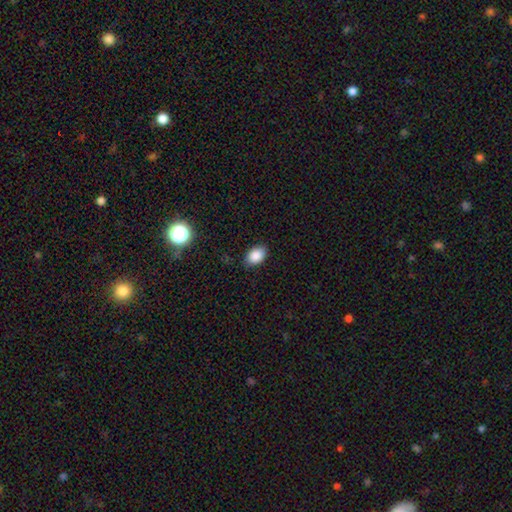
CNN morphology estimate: Smooth or featured?
  - smooth: 87% *
  - star or artifact: 9%
  - featured or disk: 4%
How rounded?
  - in between: 86% *
  - round: 13%
  - cigar-shaped: 1%
Merging?
  - none: 85% *
  - minor disturbance: 11%
  - major disturbance: 3%
  - merger: 1%